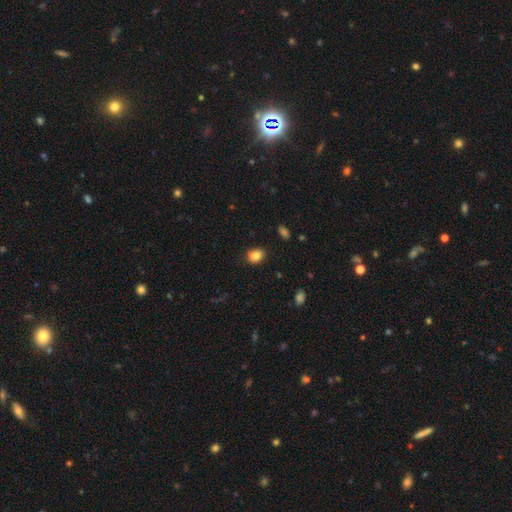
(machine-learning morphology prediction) This is clearly a smooth galaxy (84%). How rounded: possibly round (51%). Merging: clearly none (86%).